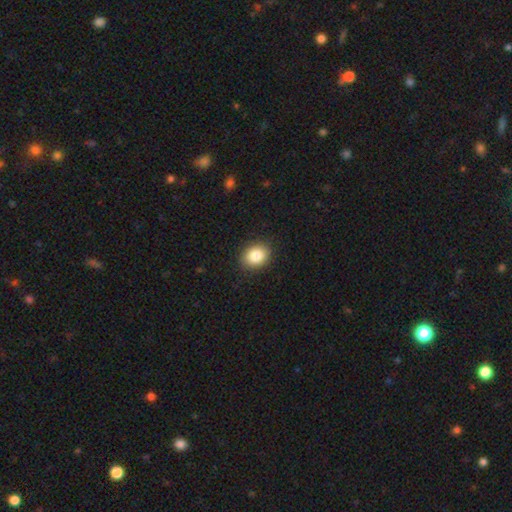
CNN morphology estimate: A smooth galaxy with no disk features (86%) that is in between round and cigar-shaped (50%).

Vote fractions:
- Smooth or featured? smooth: 86% / star or artifact: 8% / featured or disk: 6%
- How rounded? in between: 50% / round: 49% / cigar-shaped: 1%
- Merging? none: 89% / minor disturbance: 8% / major disturbance: 2% / merger: 1%